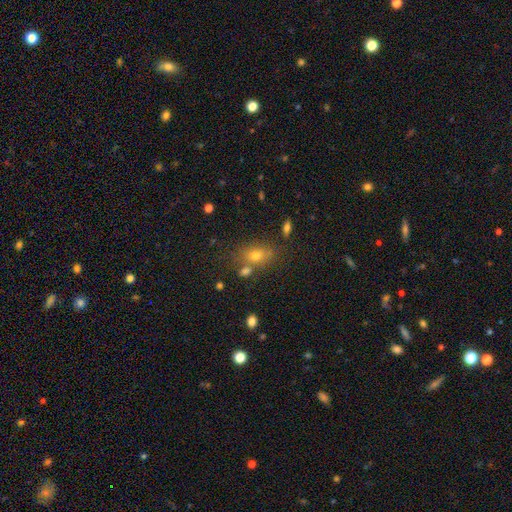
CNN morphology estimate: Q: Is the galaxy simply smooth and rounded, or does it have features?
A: smooth — 66%.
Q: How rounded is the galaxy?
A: in between — 69%.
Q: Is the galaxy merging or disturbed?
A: none — 65%.